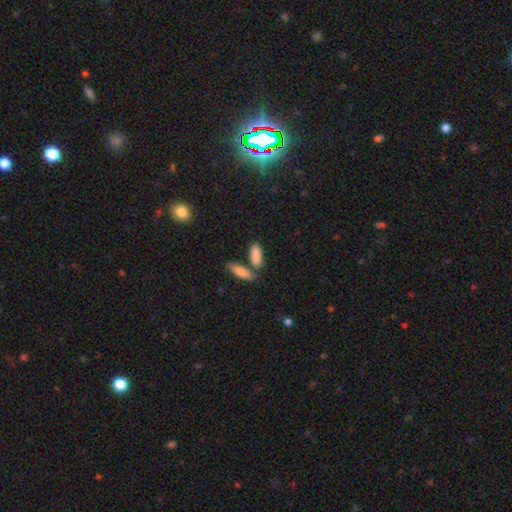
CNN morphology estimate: This is clearly a smooth galaxy (87%). How rounded: likely in between (71%). Merging: possibly none (58%).